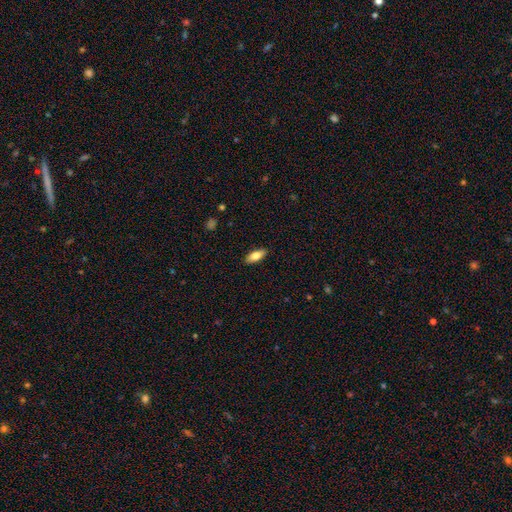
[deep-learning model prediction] Overall: smooth (80%). How rounded: in between (79%). Merging: none (89%).